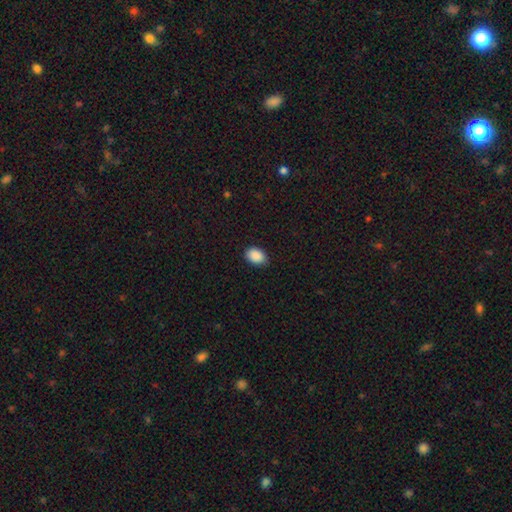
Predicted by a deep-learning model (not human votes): Q: Smooth or featured?
A: smooth (90%); runner-up: star or artifact (7%)
Q: How rounded?
A: in between (81%); runner-up: round (18%)
Q: Merging?
A: none (83%); runner-up: minor disturbance (14%)